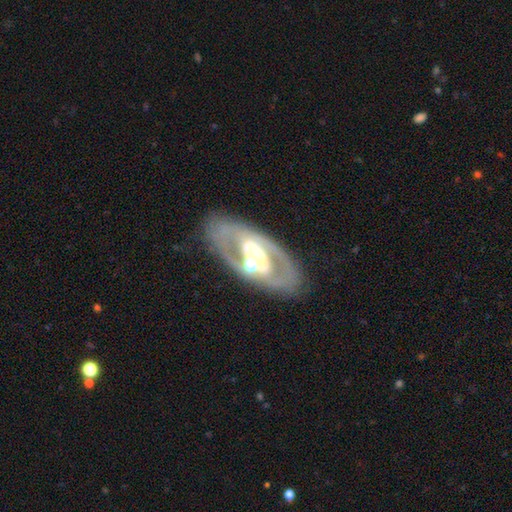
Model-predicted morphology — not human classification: Q: Smooth or featured?
A: featured or disk (79%); runner-up: smooth (14%)
Q: Edge-on disk?
A: no (90%); runner-up: yes (10%)
Q: Bar?
A: no (42%); runner-up: strong (31%)
Q: Spiral arms?
A: yes (51%); runner-up: no (49%)
Q: Bulge size?
A: moderate (60%); runner-up: small (21%)
Q: Merging?
A: none (71%); runner-up: minor disturbance (13%)